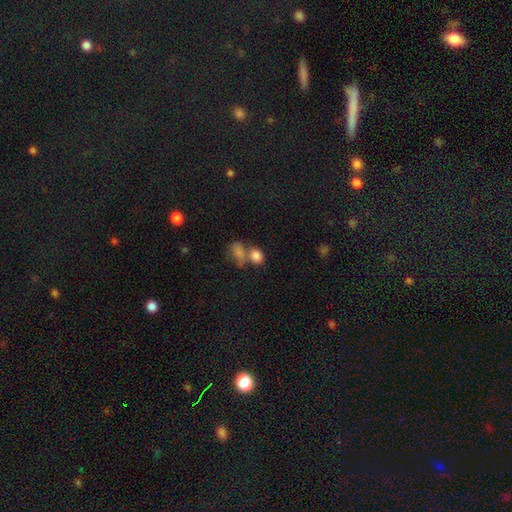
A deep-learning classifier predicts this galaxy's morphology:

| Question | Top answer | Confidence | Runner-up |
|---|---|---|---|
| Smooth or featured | smooth | 81% | star or artifact (10%) |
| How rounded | in between | 58% | round (40%) |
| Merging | merger | 48% | none (36%) |